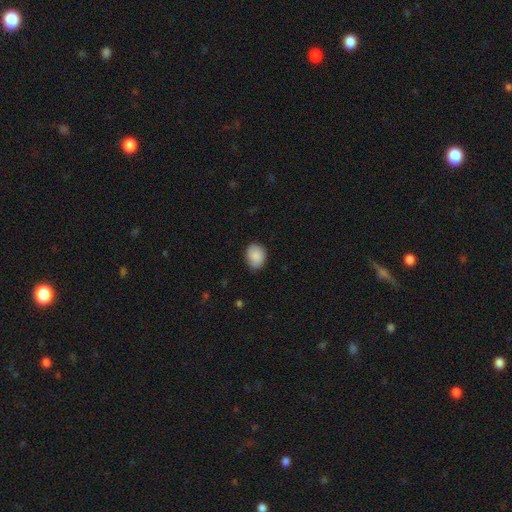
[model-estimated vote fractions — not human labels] A smooth galaxy with no disk features (88%) that is in between round and cigar-shaped (54%).

Vote fractions:
- Smooth or featured? smooth: 88% / star or artifact: 7% / featured or disk: 5%
- How rounded? in between: 54% / round: 45% / cigar-shaped: 1%
- Merging? none: 73% / minor disturbance: 23% / major disturbance: 3% / merger: 1%